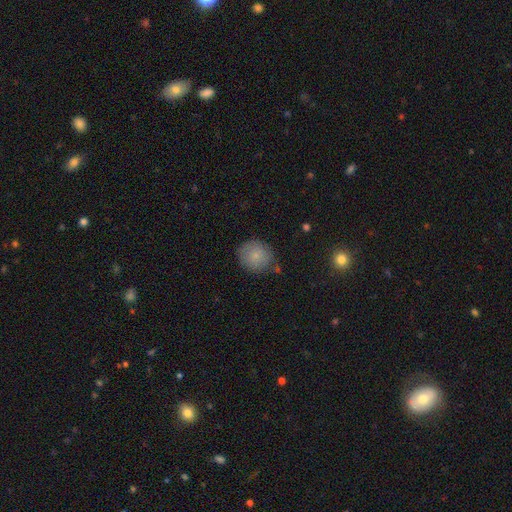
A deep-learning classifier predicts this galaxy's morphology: This is clearly a smooth galaxy (80%). How rounded: clearly round (86%). Merging: likely none (74%).